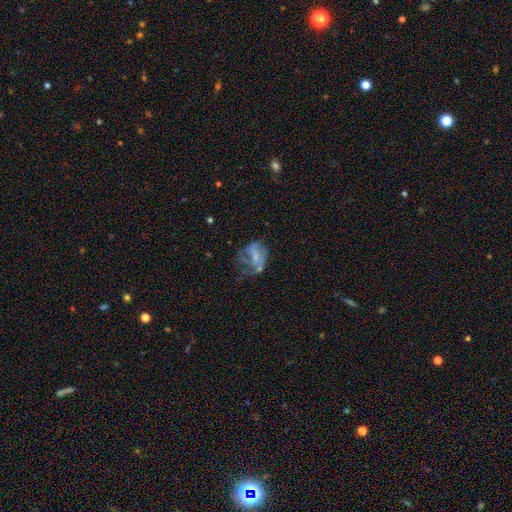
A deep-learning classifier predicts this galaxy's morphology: This appears to be a featured or disk galaxy (58%) with no bar (54%), spiral arms (58%) and no central bulge (38%). Merging: major disturbance (44%).